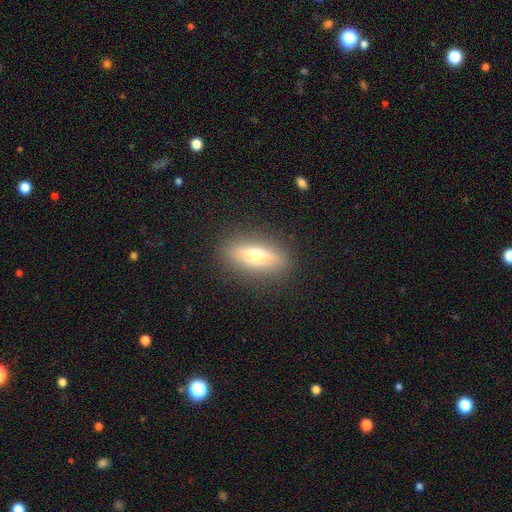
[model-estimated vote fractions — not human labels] Q: Smooth or featured?
A: smooth (57%); runner-up: featured or disk (33%)
Q: How rounded?
A: in between (56%); runner-up: cigar-shaped (39%)
Q: Merging?
A: none (88%); runner-up: minor disturbance (8%)